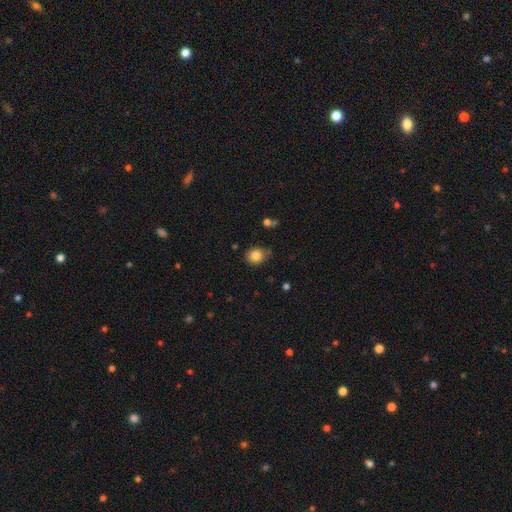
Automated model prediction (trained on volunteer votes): Morphology: type=smooth (83%); roundness=round (77%); merging=none (76%).